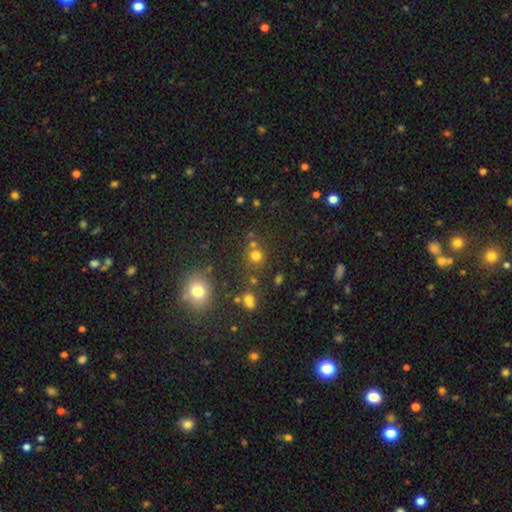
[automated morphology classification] A smooth galaxy with no disk features (69%) that is round (87%). Merging: none (69%).